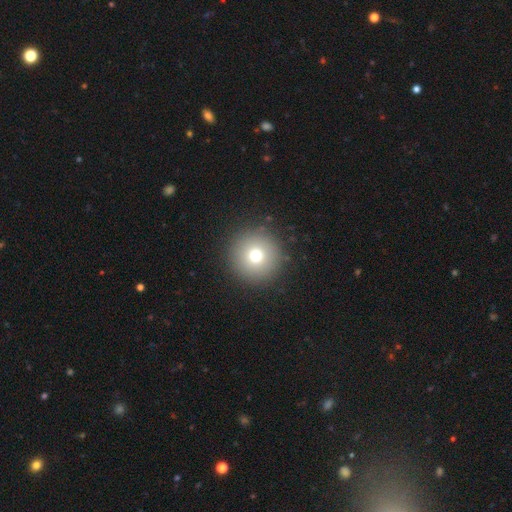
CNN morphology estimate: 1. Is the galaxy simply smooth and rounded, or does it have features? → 73% smooth, 14% star or artifact, 13% featured or disk.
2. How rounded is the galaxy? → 97% round, 2% in between, 1% cigar-shaped.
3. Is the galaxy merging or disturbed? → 91% none, 5% minor disturbance, 2% major disturbance, 1% merger.